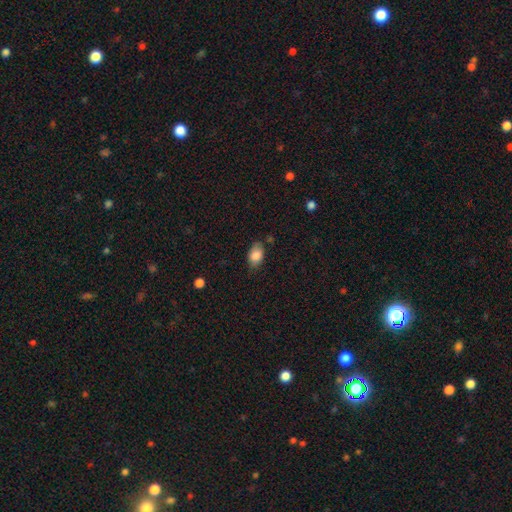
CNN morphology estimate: type=smooth (84%); roundness=in between (88%); merging=none (74%).